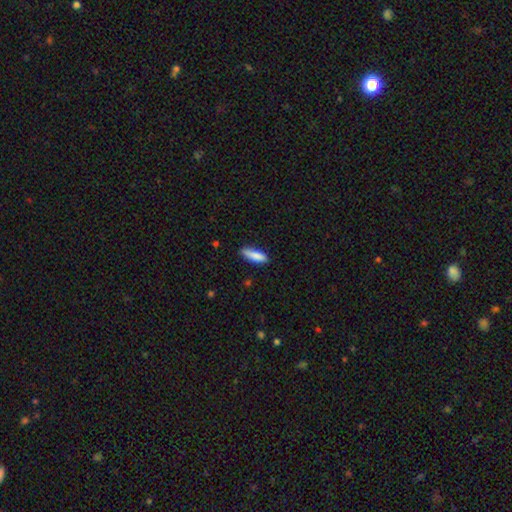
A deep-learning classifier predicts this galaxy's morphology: Smooth or featured: smooth — 85% (featured or disk — 9%)
How rounded: cigar-shaped — 55% (in between — 44%)
Merging: none — 81% (minor disturbance — 15%)